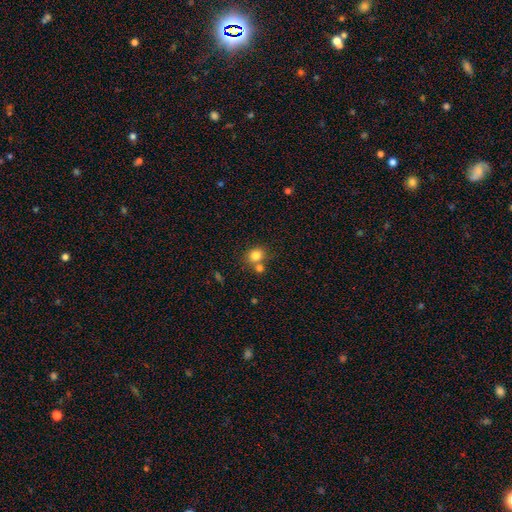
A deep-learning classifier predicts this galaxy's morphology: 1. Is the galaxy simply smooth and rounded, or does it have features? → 80% smooth, 11% star or artifact, 8% featured or disk.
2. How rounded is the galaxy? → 73% round, 26% in between, 1% cigar-shaped.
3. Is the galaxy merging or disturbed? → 57% none, 30% merger, 9% minor disturbance, 3% major disturbance.